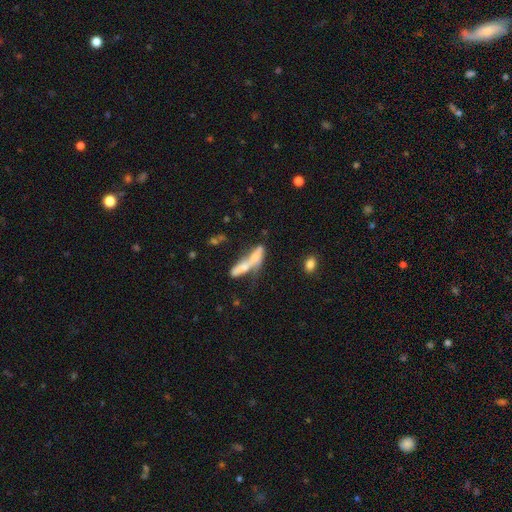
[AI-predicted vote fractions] smooth 52%, featured or disk 37%, star or artifact 10%. Down the decision tree: how rounded — cigar-shaped (66%); merging — merger (54%).